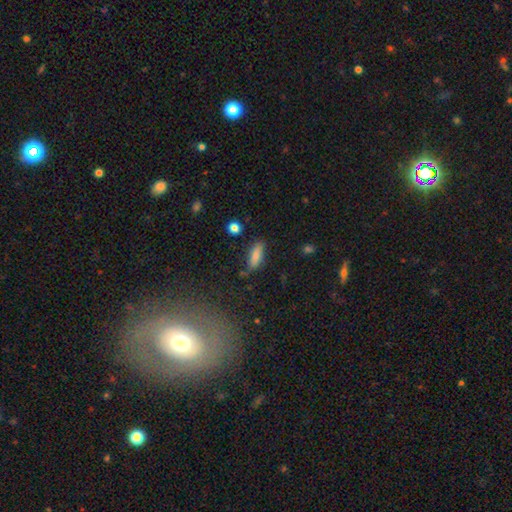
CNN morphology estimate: type=smooth (80%); roundness=in between (57%); merging=none (74%).